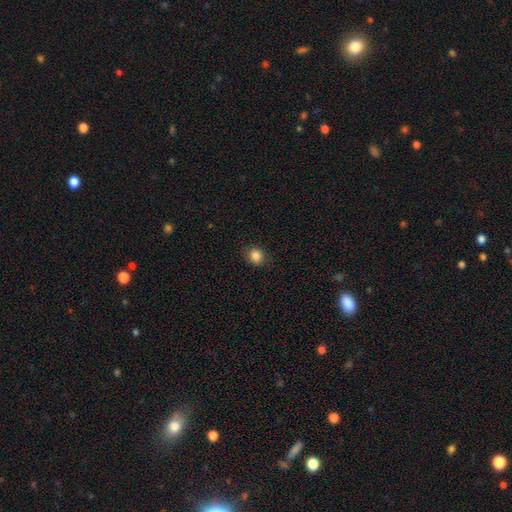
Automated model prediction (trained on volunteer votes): Smooth or featured: smooth — 85% (star or artifact — 11%)
How rounded: round — 67% (in between — 32%)
Merging: none — 86% (minor disturbance — 10%)